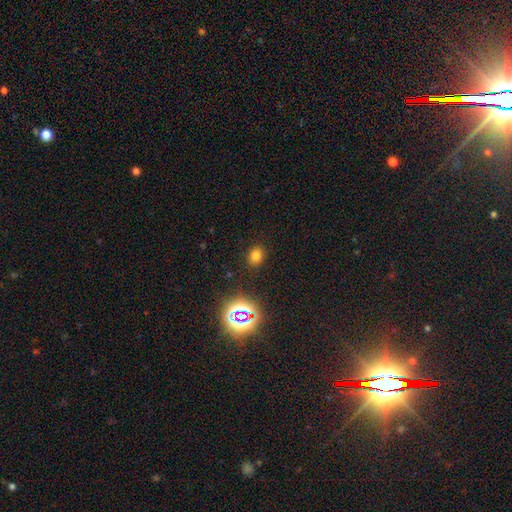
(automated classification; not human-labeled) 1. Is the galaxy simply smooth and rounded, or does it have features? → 72% smooth, 22% star or artifact, 6% featured or disk.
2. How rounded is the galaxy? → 57% round, 42% in between, 1% cigar-shaped.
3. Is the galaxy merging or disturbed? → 87% none, 9% minor disturbance, 3% major disturbance, 2% merger.